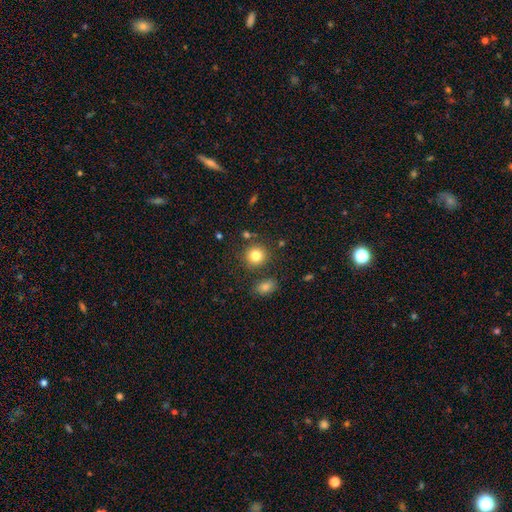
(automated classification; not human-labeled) This is clearly a smooth galaxy (82%). How rounded: clearly round (89%). Merging: clearly none (83%).